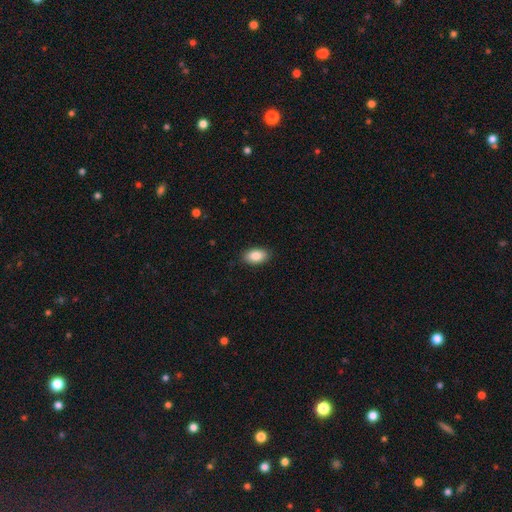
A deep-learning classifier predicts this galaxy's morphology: Smooth or featured?
  - smooth: 87% *
  - star or artifact: 7%
  - featured or disk: 6%
How rounded?
  - in between: 92% *
  - round: 6%
  - cigar-shaped: 2%
Merging?
  - none: 88% *
  - minor disturbance: 9%
  - major disturbance: 2%
  - merger: 1%